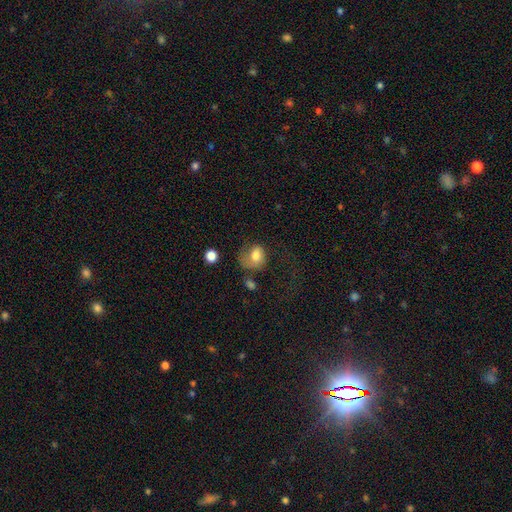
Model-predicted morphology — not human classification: Smooth or featured: smooth — 69% (featured or disk — 23%)
How rounded: round — 53% (in between — 46%)
Merging: major disturbance — 41% (none — 30%)